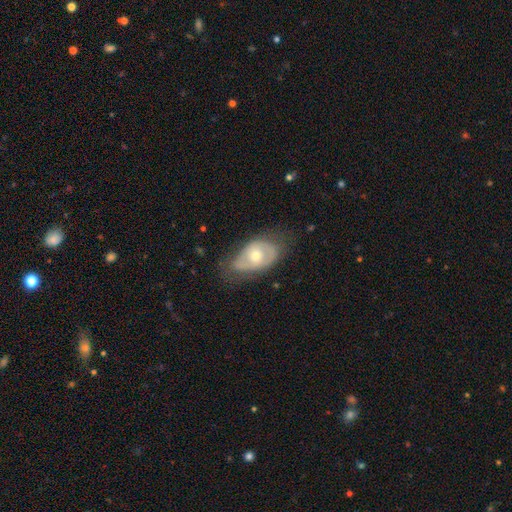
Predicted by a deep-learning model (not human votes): Smooth or featured?
  - featured or disk: 58% *
  - smooth: 36%
  - star or artifact: 7%
Edge-on disk?
  - no: 91% *
  - yes: 9%
Bar?
  - no: 78% *
  - weak: 17%
  - strong: 5%
Spiral arms?
  - no: 60% *
  - yes: 40%
Bulge size?
  - moderate: 59% *
  - small: 37%
  - large: 3%
  - none: 1%
  - dominant: 1%
Merging?
  - none: 59% *
  - minor disturbance: 27%
  - major disturbance: 12%
  - merger: 1%